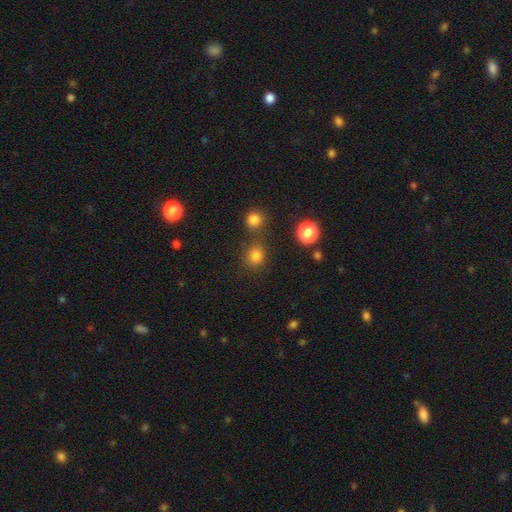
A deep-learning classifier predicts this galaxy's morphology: Smooth or featured: smooth — 78% (star or artifact — 17%)
How rounded: round — 84% (in between — 15%)
Merging: none — 72% (merger — 14%)